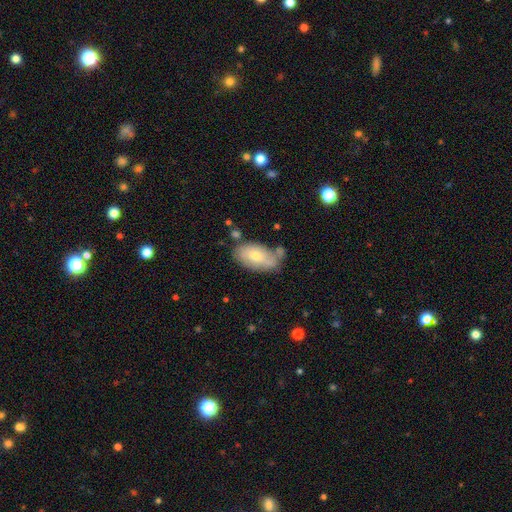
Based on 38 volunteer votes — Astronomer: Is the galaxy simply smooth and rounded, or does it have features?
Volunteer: smooth — 68%.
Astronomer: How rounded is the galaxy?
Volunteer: in between — 88%.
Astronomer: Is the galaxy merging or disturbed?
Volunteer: none — 64%.